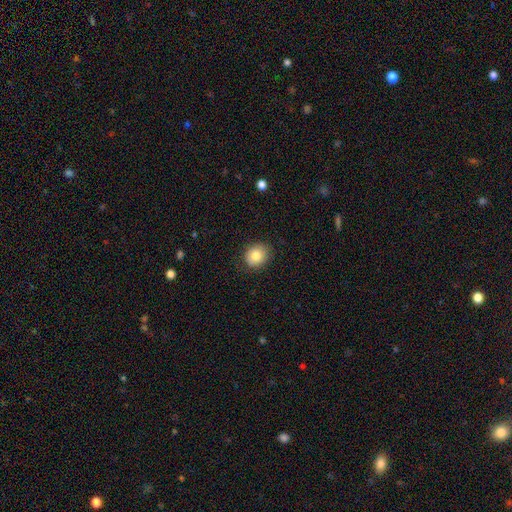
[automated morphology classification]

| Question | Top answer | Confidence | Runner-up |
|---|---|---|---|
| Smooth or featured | smooth | 81% | featured or disk (10%) |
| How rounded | round | 68% | in between (31%) |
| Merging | none | 86% | minor disturbance (11%) |